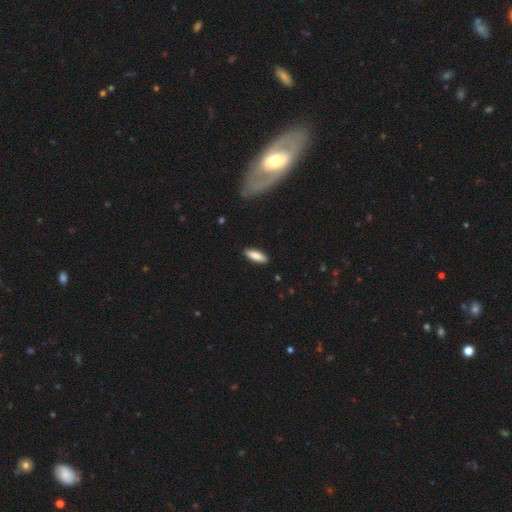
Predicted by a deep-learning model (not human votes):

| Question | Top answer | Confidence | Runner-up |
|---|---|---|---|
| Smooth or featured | smooth | 83% | featured or disk (11%) |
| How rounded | in between | 60% | cigar-shaped (38%) |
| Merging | none | 89% | minor disturbance (8%) |